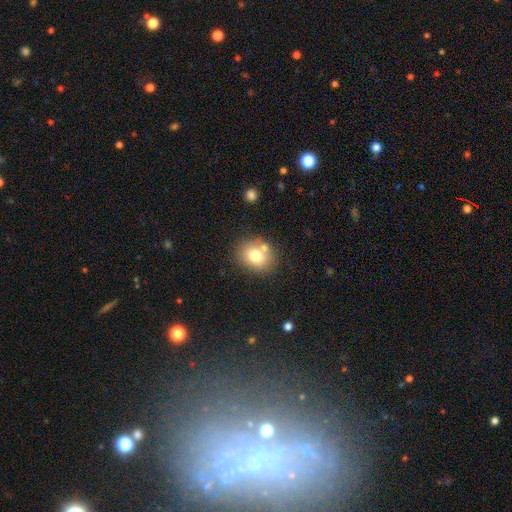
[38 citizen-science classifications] Smooth or featured?
  - smooth: 74% *
  - featured or disk: 18%
  - star or artifact: 8%
How rounded?
  - round: 50% * (tied)
  - in between: 50% * (tied)
  - cigar-shaped: 0%
Merging?
  - none: 69% *
  - merger: 26%
  - minor disturbance: 6%
  - major disturbance: 0%